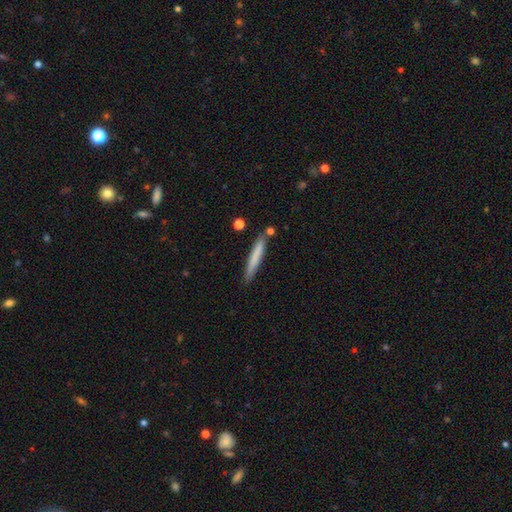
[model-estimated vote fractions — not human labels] Smooth or featured? Predicted: smooth (p=0.72). How rounded? Predicted: cigar-shaped (p=0.96). Merging? Predicted: none (p=0.84).